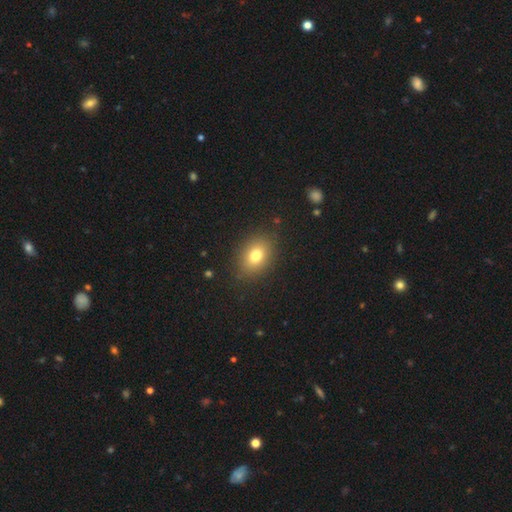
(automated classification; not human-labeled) smooth-or-featured: smooth: 78% | star or artifact: 12% | featured or disk: 11%
  how-rounded: in between: 68% | round: 30% | cigar-shaped: 1%
  merging: none: 86% | minor disturbance: 9% | major disturbance: 3% | merger: 1%